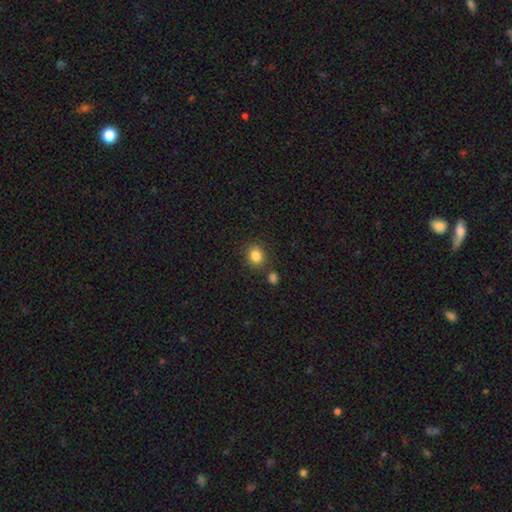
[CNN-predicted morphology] A smooth galaxy with no disk features (85%) that is round (75%).

Vote fractions:
- Smooth or featured? smooth: 85% / star or artifact: 11% / featured or disk: 5%
- How rounded? round: 75% / in between: 24% / cigar-shaped: 1%
- Merging? none: 79% / minor disturbance: 9% / merger: 8% / major disturbance: 3%